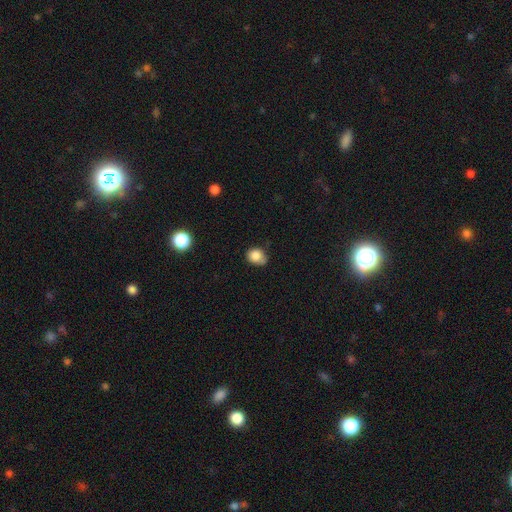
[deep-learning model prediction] smooth_or_featured: smooth (p=0.83) [alt: star or artifact p=0.10]
how_rounded: round (p=0.62) [alt: in between p=0.37]
merging: none (p=0.53) [alt: minor disturbance p=0.35]